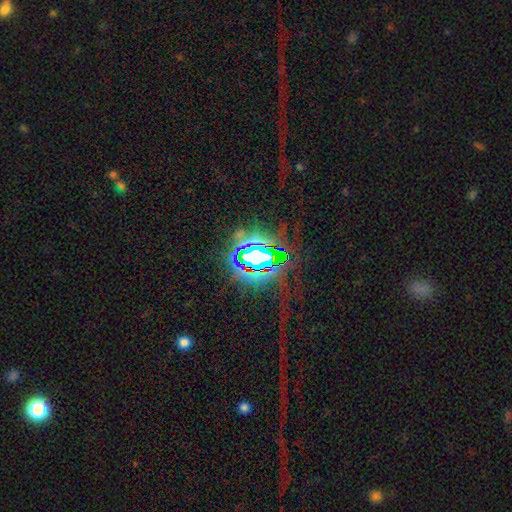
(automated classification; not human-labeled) A star or artifact, not a galaxy (74%).

Vote fractions:
- Smooth or featured? star or artifact: 74% / featured or disk: 15% / smooth: 11%